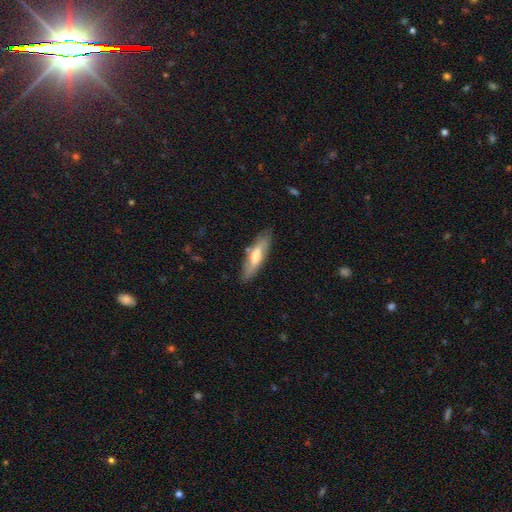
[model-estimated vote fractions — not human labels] smooth-or-featured: smooth: 56% | featured or disk: 38% | star or artifact: 6%
  how-rounded: cigar-shaped: 63% | in between: 36% | round: 2%
  merging: none: 82% | minor disturbance: 13% | major disturbance: 3% | merger: 2%